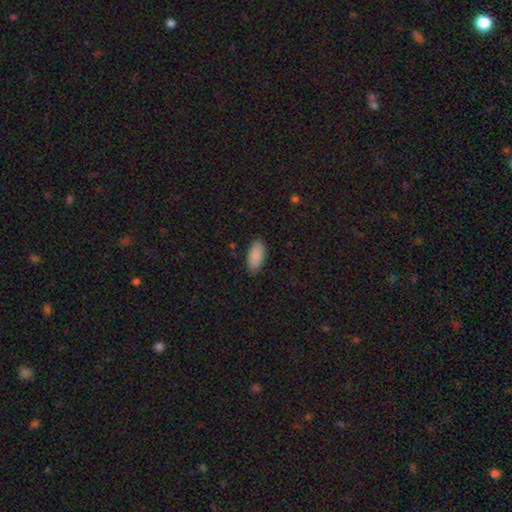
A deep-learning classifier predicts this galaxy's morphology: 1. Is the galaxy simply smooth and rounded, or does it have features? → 90% smooth, 6% star or artifact, 4% featured or disk.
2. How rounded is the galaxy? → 92% in between, 6% cigar-shaped, 2% round.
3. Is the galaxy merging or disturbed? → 87% none, 10% minor disturbance, 2% major disturbance, 1% merger.